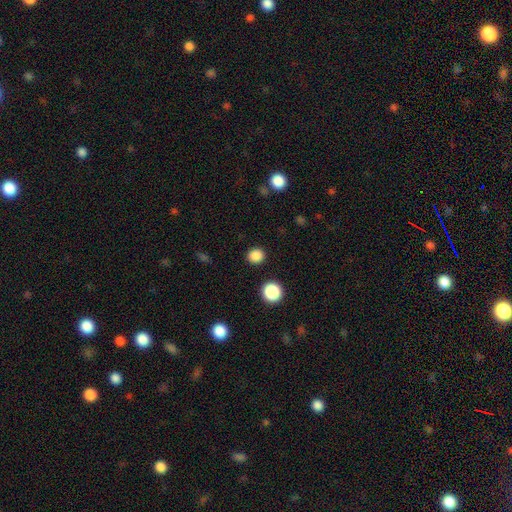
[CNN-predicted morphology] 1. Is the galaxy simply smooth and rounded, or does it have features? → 85% smooth, 12% star or artifact, 3% featured or disk.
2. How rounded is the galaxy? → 89% round, 10% in between, 1% cigar-shaped.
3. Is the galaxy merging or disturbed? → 90% none, 6% minor disturbance, 2% major disturbance, 2% merger.